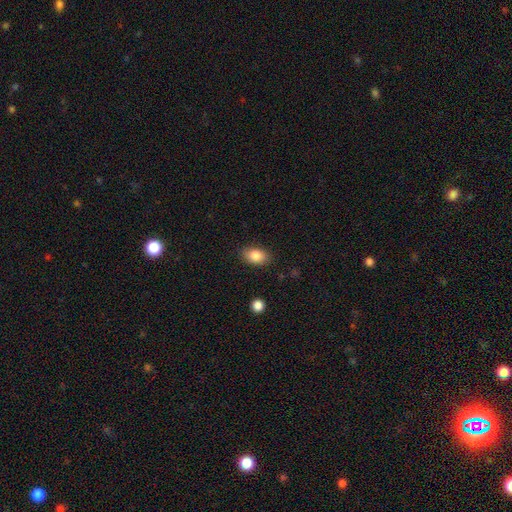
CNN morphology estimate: Smooth or featured: smooth — 86% (star or artifact — 8%)
How rounded: in between — 87% (round — 12%)
Merging: none — 85% (minor disturbance — 11%)